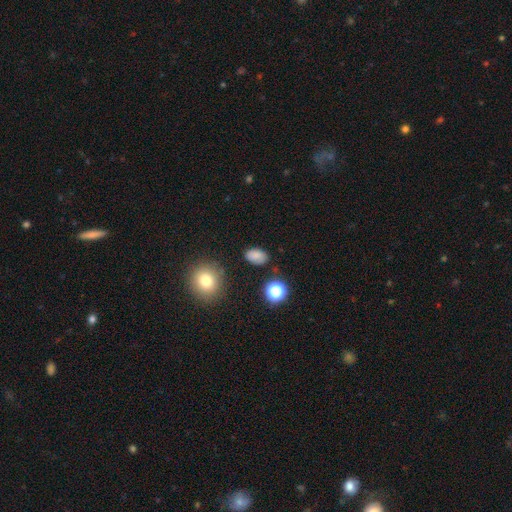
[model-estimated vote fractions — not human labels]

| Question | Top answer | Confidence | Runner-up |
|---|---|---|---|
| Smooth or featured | smooth | 80% | star or artifact (13%) |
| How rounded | in between | 83% | round (16%) |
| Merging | none | 82% | minor disturbance (13%) |